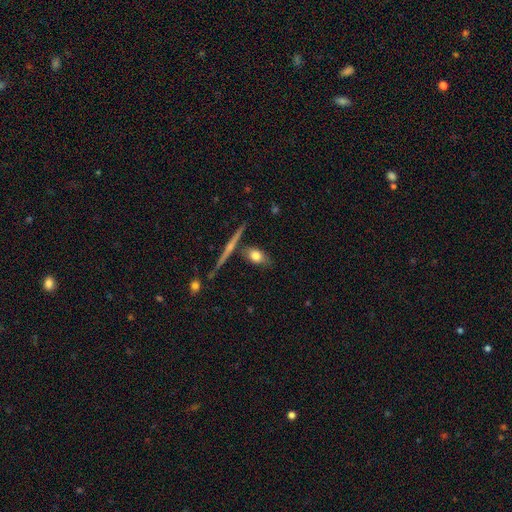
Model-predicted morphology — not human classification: Smooth or featured? smooth (70%)
How rounded? in between (69%)
Merging? none (68%)